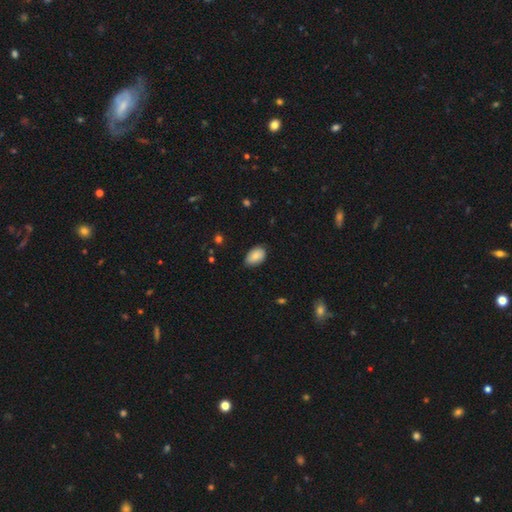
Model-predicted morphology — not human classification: The model was most divided on "merging": none: 75%, minor disturbance: 22%, major disturbance: 3%, merger: 1%. More confident: how rounded — in between (90%); smooth or featured — smooth (82%).